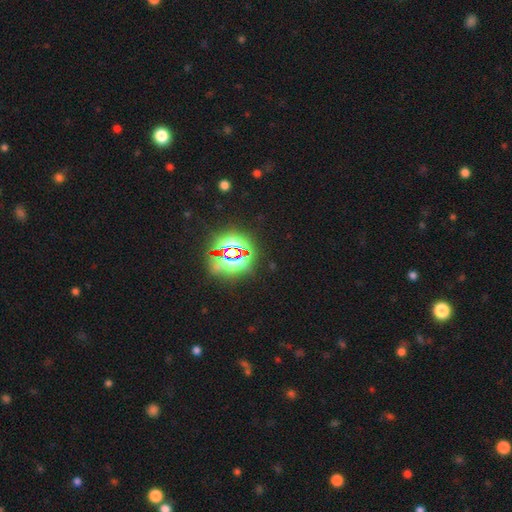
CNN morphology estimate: A star or artifact, not a galaxy (84%).